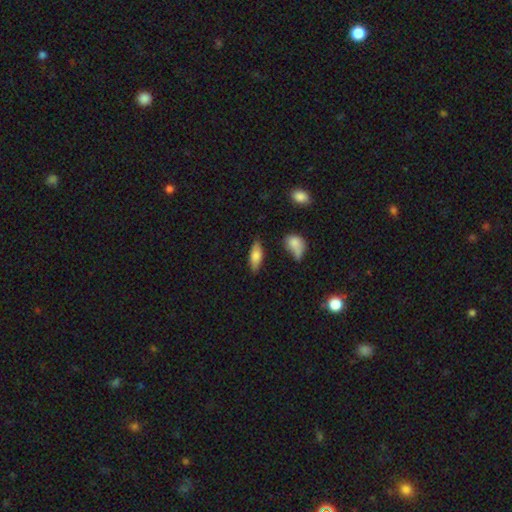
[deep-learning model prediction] smooth 73%, featured or disk 20%, star or artifact 7%. Down the decision tree: how rounded — in between (68%); merging — none (76%).